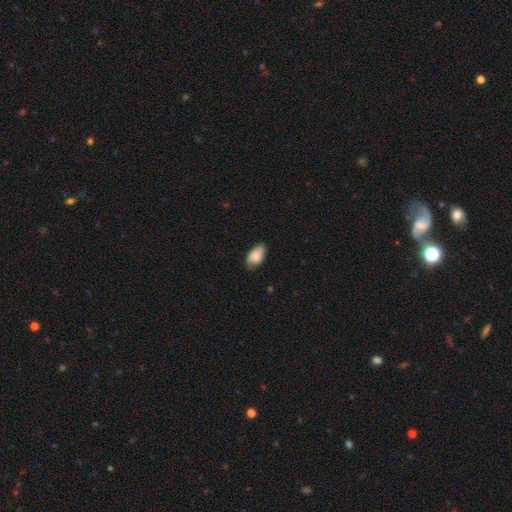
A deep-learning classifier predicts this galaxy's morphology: A smooth galaxy with no disk features (77%) that is in between round and cigar-shaped (92%).

Vote fractions:
- Smooth or featured? smooth: 77% / featured or disk: 16% / star or artifact: 7%
- How rounded? in between: 92% / round: 6% / cigar-shaped: 2%
- Merging? none: 65% / minor disturbance: 28% / major disturbance: 5% / merger: 1%